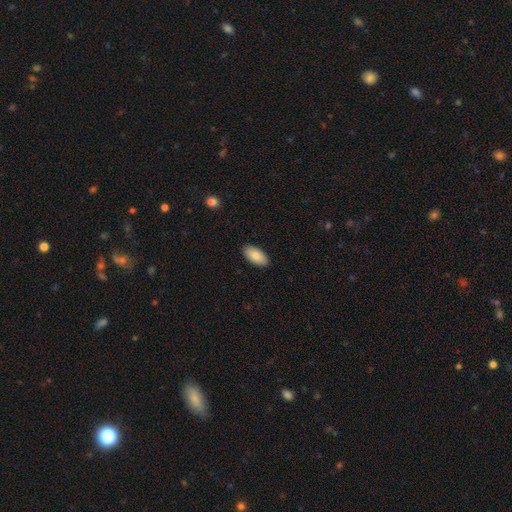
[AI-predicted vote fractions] Q: Smooth or featured?
A: smooth (86%); runner-up: featured or disk (8%)
Q: How rounded?
A: in between (94%); runner-up: cigar-shaped (4%)
Q: Merging?
A: none (89%); runner-up: minor disturbance (8%)